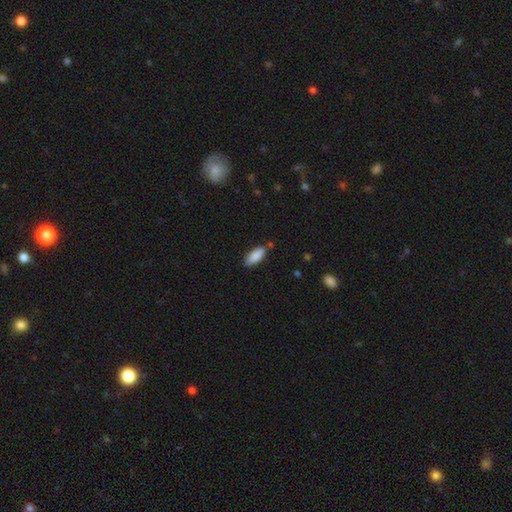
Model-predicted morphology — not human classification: Smooth or featured?
  - smooth: 87% *
  - star or artifact: 6%
  - featured or disk: 6%
How rounded?
  - in between: 80% *
  - cigar-shaped: 18%
  - round: 2%
Merging?
  - none: 77% *
  - minor disturbance: 16%
  - merger: 4%
  - major disturbance: 3%